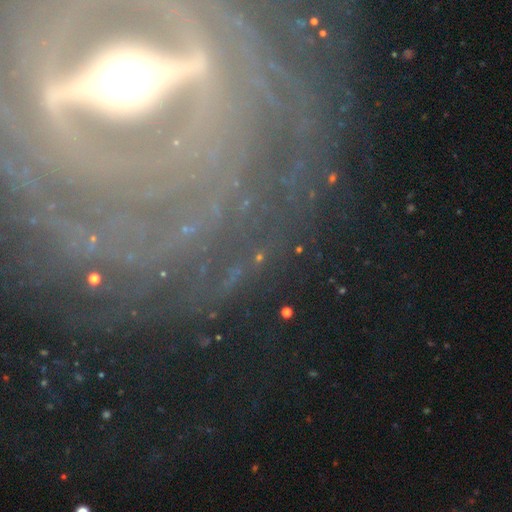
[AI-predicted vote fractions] This appears to be a featured or disk galaxy (67%) with a strong bar (44%), spiral arms (83%) and a small central bulge (40%). Merging: none (78%).